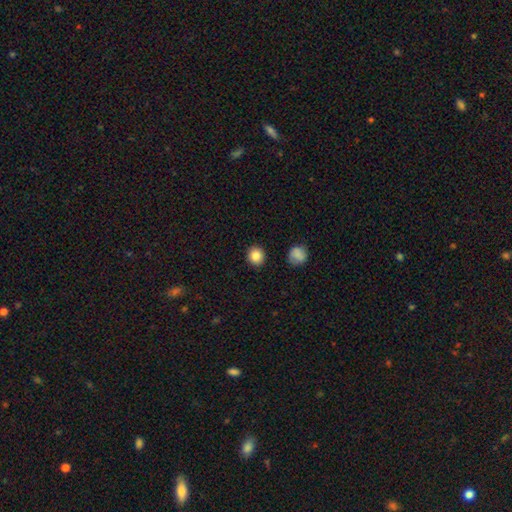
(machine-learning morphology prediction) Q: Smooth or featured?
A: smooth (86%); runner-up: star or artifact (10%)
Q: How rounded?
A: round (88%); runner-up: in between (11%)
Q: Merging?
A: none (91%); runner-up: minor disturbance (6%)